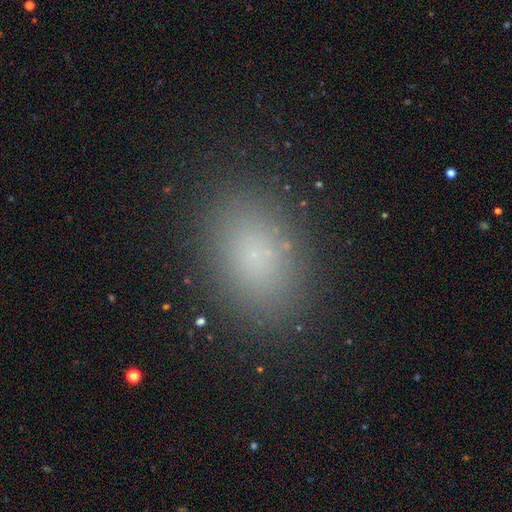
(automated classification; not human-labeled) This is likely a smooth galaxy (79%). How rounded: clearly in between (85%). Merging: clearly none (87%).